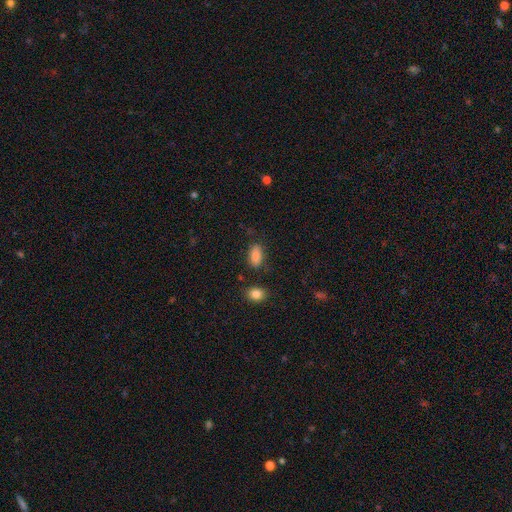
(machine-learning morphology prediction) Smooth or featured? Predicted: smooth (p=0.86). How rounded? Predicted: in between (p=0.90). Merging? Predicted: none (p=0.78).